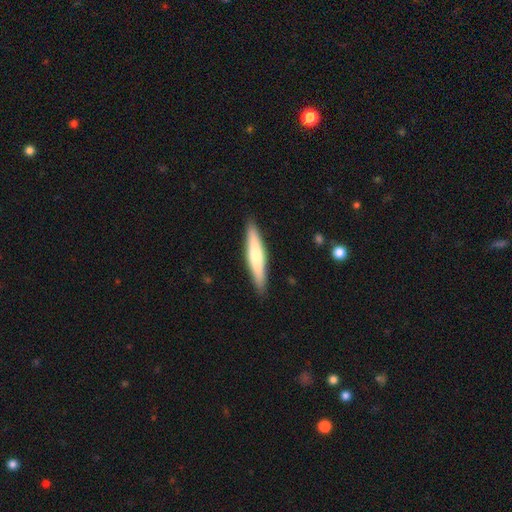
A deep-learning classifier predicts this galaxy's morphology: This appears to be a smooth galaxy with no disk features (58%) that is cigar-shaped (88%). Merging: none (90%).